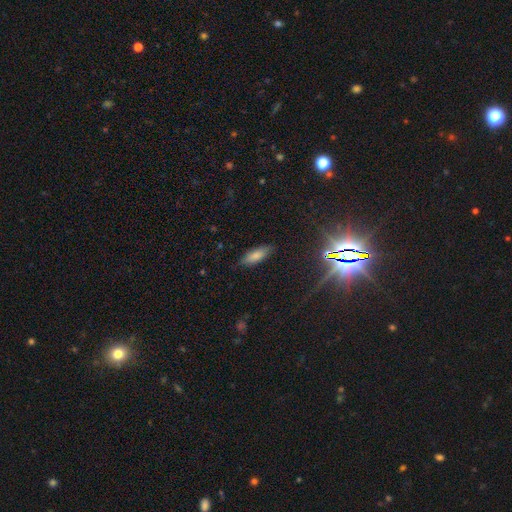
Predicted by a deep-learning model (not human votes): A smooth galaxy with no disk features (78%) that is in between round and cigar-shaped (64%).

Vote fractions:
- Smooth or featured? smooth: 78% / featured or disk: 12% / star or artifact: 10%
- How rounded? in between: 64% / cigar-shaped: 34% / round: 2%
- Merging? none: 82% / minor disturbance: 14% / major disturbance: 3% / merger: 1%